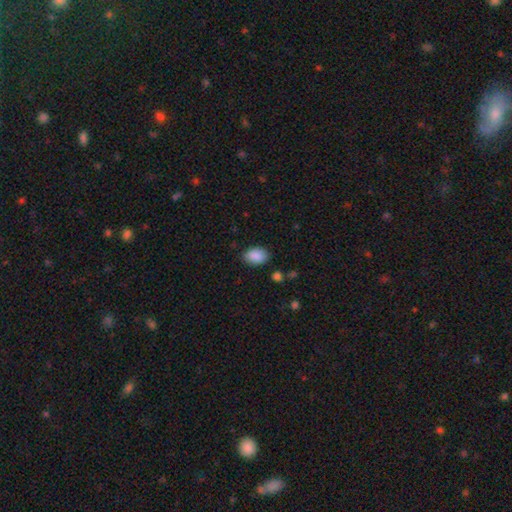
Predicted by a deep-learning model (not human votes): This is clearly a smooth galaxy (89%). How rounded: clearly in between (87%). Merging: clearly none (83%).